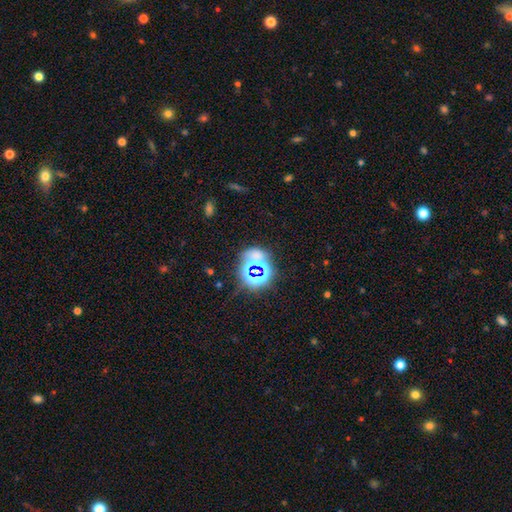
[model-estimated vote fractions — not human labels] smooth-or-featured: star or artifact: 62% | smooth: 27% | featured or disk: 10%